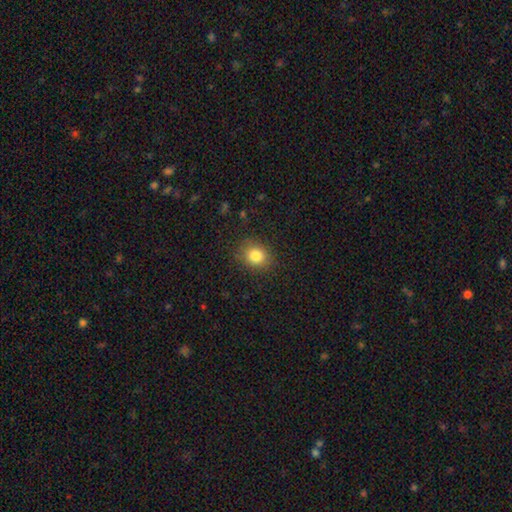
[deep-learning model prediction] The model was most divided on "how rounded": round: 63%, in between: 36%, cigar-shaped: 1%. More confident: merging — none (85%); smooth or featured — smooth (82%).